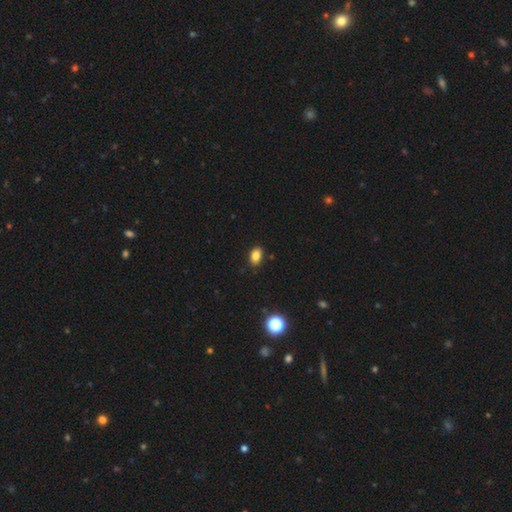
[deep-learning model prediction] This appears to be a smooth galaxy with no disk features (83%) that is in between round and cigar-shaped (86%). Merging: none (87%).